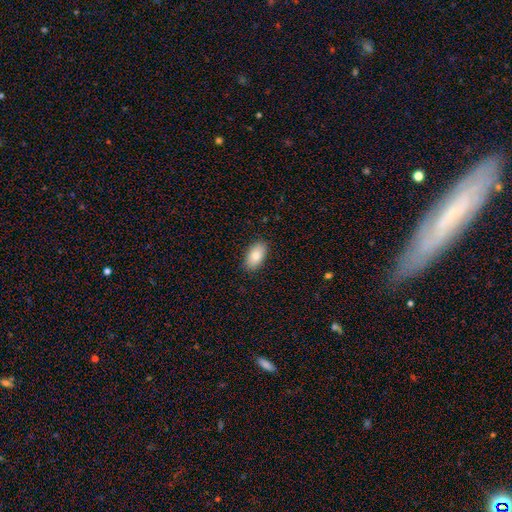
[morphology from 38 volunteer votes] Smooth or featured? smooth (84%)
How rounded? in between (94%)
Merging? none (89%)